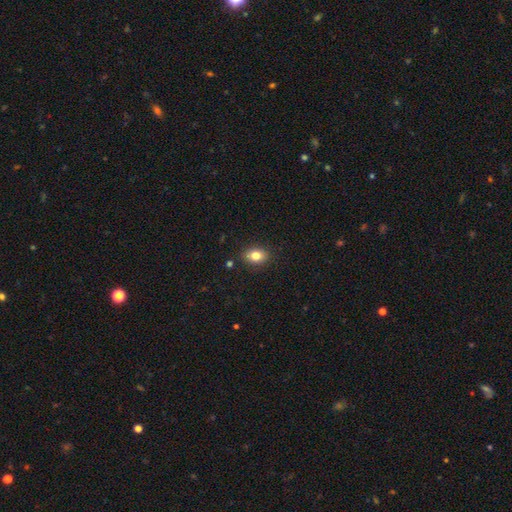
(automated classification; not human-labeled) This is clearly a smooth galaxy (81%). How rounded: likely in between (78%). Merging: clearly none (87%).